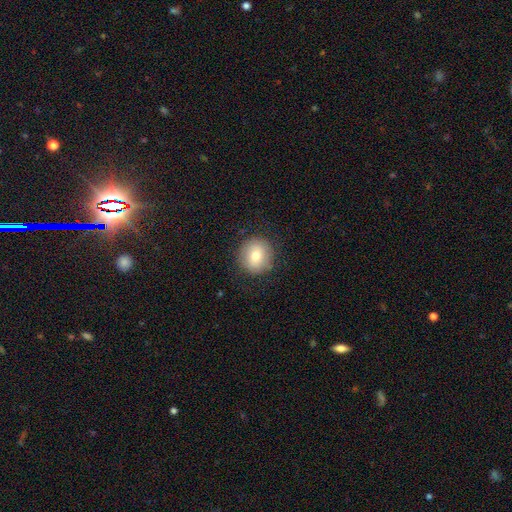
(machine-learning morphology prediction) This appears to be a smooth galaxy with no disk features (75%) that is round (88%). Merging: none (86%).